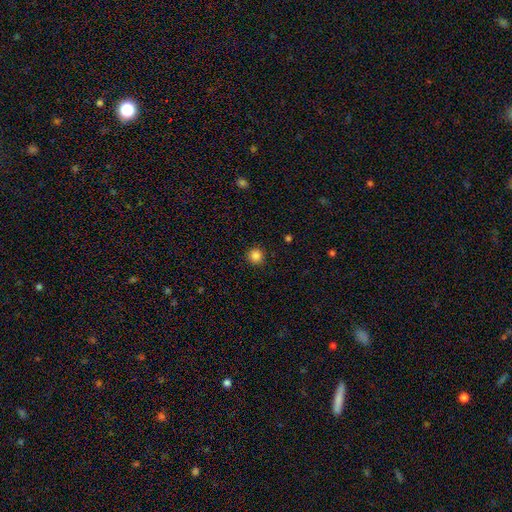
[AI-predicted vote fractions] A smooth galaxy with no disk features (85%) that is round (94%). Merging: none (92%).